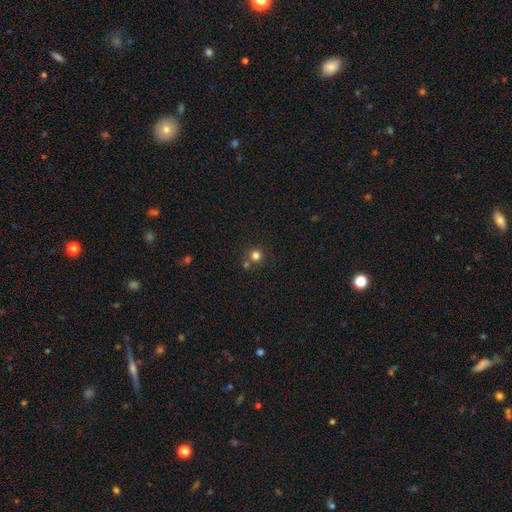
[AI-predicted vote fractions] The model was most divided on "merging": none: 73%, merger: 17%, minor disturbance: 8%, major disturbance: 3%. More confident: how rounded — round (94%); smooth or featured — smooth (77%).